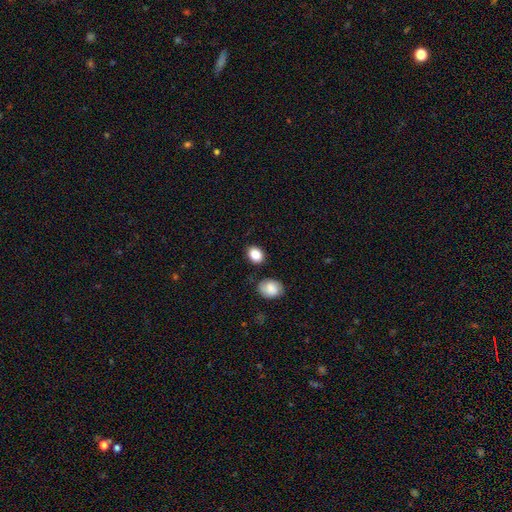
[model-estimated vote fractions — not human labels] Morphology: type=smooth (87%); roundness=in between (63%); merging=none (80%).